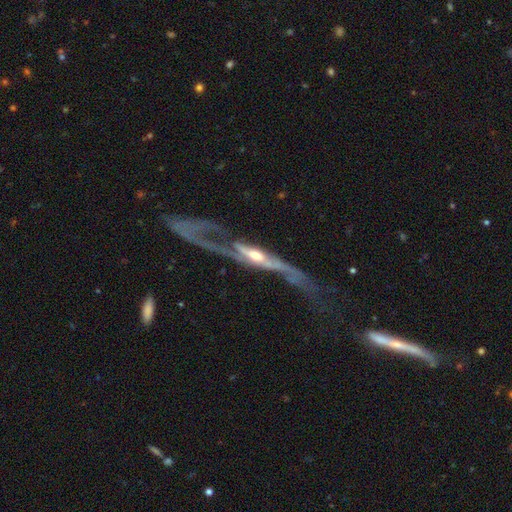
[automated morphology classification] Q: Smooth or featured?
A: featured or disk (84%); runner-up: smooth (11%)
Q: Edge-on disk?
A: no (52%); runner-up: yes (48%)
Q: Merging?
A: major disturbance (44%); runner-up: none (34%)